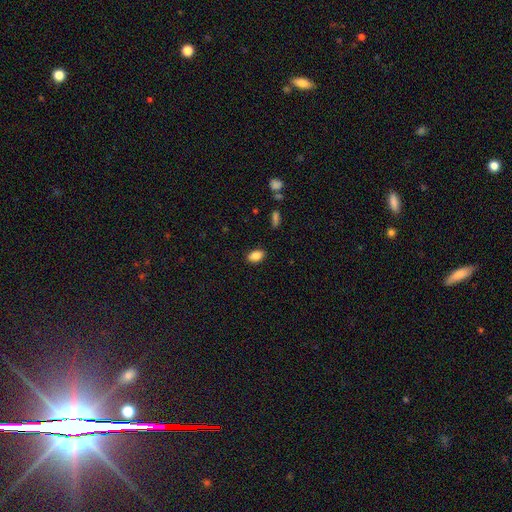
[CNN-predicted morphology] The model was most divided on "smooth or featured": smooth: 86%, star or artifact: 8%, featured or disk: 6%. More confident: how rounded — in between (90%); merging — none (87%).